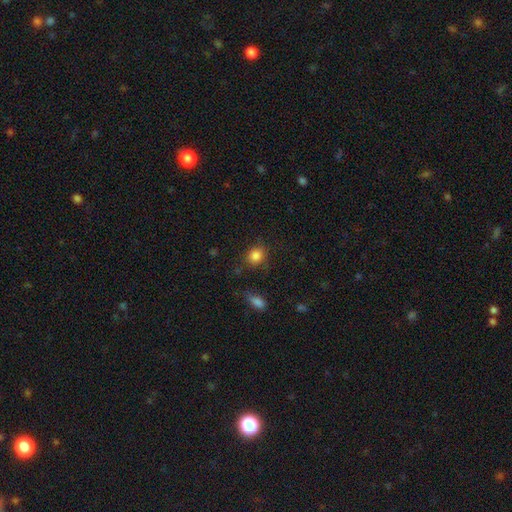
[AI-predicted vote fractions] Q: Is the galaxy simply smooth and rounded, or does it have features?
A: smooth — 85%.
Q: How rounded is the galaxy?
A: round — 74%.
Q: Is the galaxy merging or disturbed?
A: none — 77%.